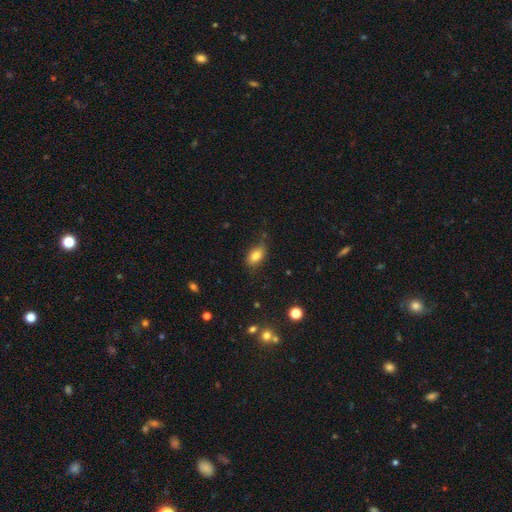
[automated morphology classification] Smooth or featured? smooth (81%)
How rounded? in between (87%)
Merging? none (67%)